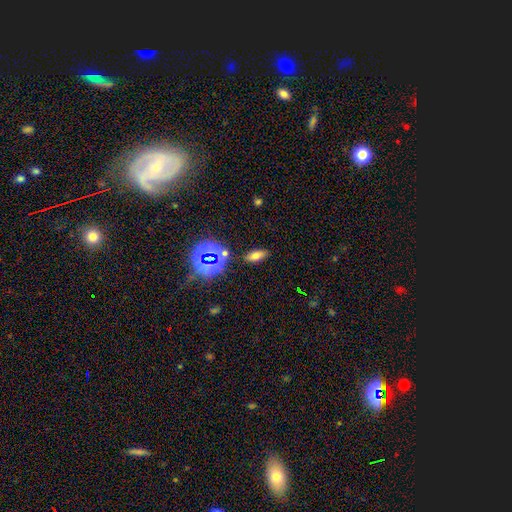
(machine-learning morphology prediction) A smooth galaxy with no disk features (63%) that is in between round and cigar-shaped (79%).

Vote fractions:
- Smooth or featured? smooth: 63% / star or artifact: 23% / featured or disk: 14%
- How rounded? in between: 79% / cigar-shaped: 14% / round: 7%
- Merging? none: 85% / minor disturbance: 9% / merger: 3% / major disturbance: 3%